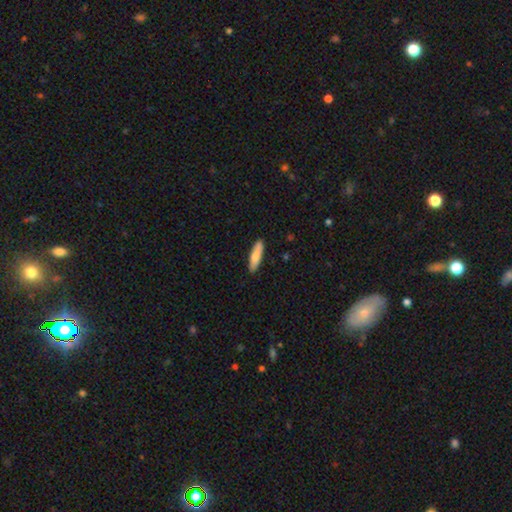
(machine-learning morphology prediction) This is likely a smooth galaxy (78%). How rounded: likely cigar-shaped (66%). Merging: clearly none (89%).